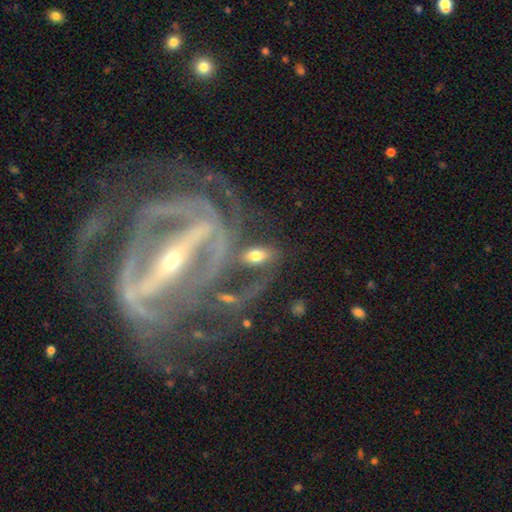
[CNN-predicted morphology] Smooth or featured?
  - smooth: 55% *
  - featured or disk: 35%
  - star or artifact: 10%
How rounded?
  - in between: 86% *
  - round: 9%
  - cigar-shaped: 5%
Merging?
  - none: 58% *
  - minor disturbance: 17%
  - merger: 12%
  - major disturbance: 12%